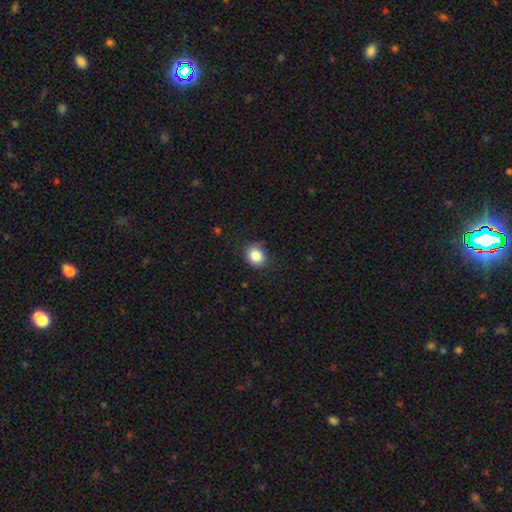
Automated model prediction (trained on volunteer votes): smooth_or_featured: smooth (p=0.84) [alt: star or artifact p=0.10]
how_rounded: round (p=0.71) [alt: in between p=0.28]
merging: none (p=0.81) [alt: minor disturbance p=0.15]